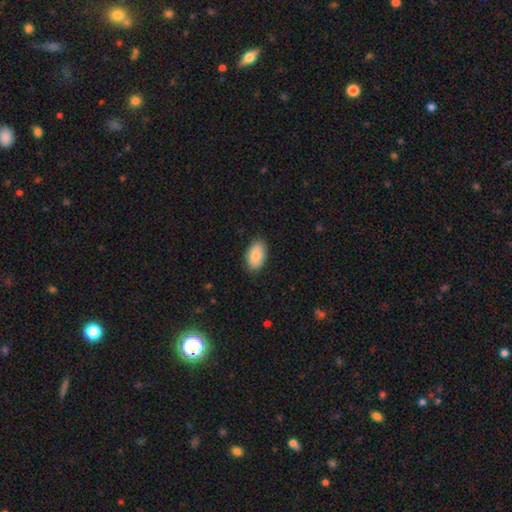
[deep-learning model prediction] smooth-or-featured: smooth: 84% | featured or disk: 10% | star or artifact: 6%
  how-rounded: in between: 94% | round: 5% | cigar-shaped: 1%
  merging: none: 84% | minor disturbance: 13% | major disturbance: 2% | merger: 1%